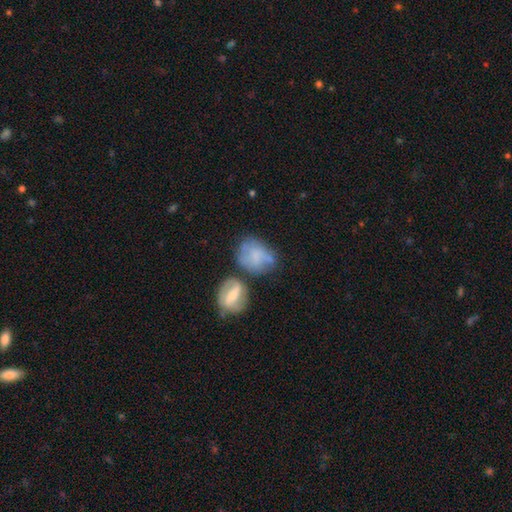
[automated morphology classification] Q: Smooth or featured?
A: smooth (52%); runner-up: featured or disk (39%)
Q: How rounded?
A: in between (56%); runner-up: round (42%)
Q: Merging?
A: none (37%); runner-up: merger (26%)